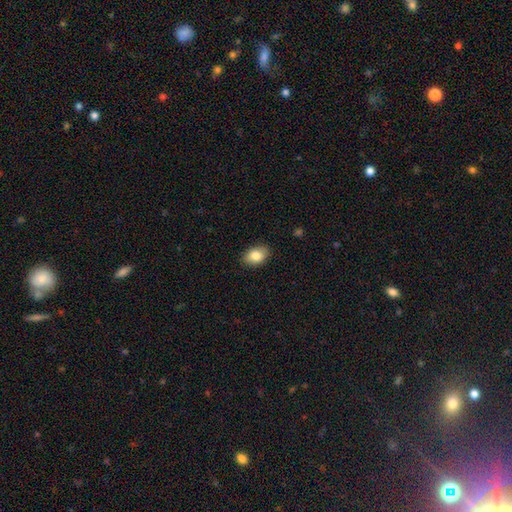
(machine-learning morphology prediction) A smooth galaxy with no disk features (83%) that is in between round and cigar-shaped (85%). Merging: none (87%).